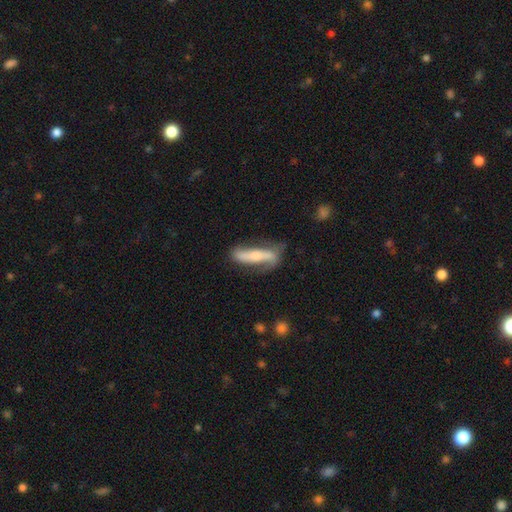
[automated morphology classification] This appears to be a featured or disk galaxy (56%). Merging: none (59%).